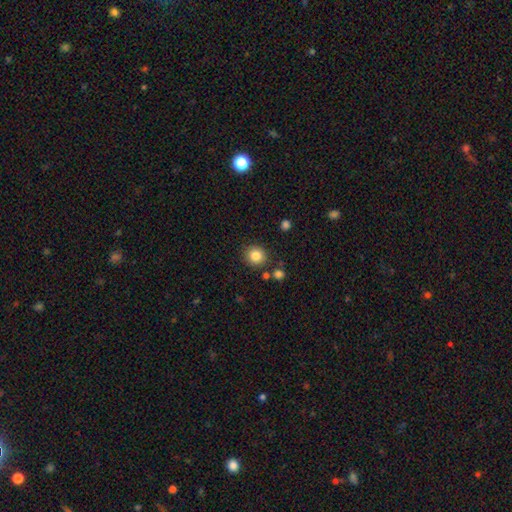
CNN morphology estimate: The model was most divided on "smooth or featured": smooth: 84%, star or artifact: 10%, featured or disk: 6%. More confident: how rounded — round (89%); merging — none (85%).